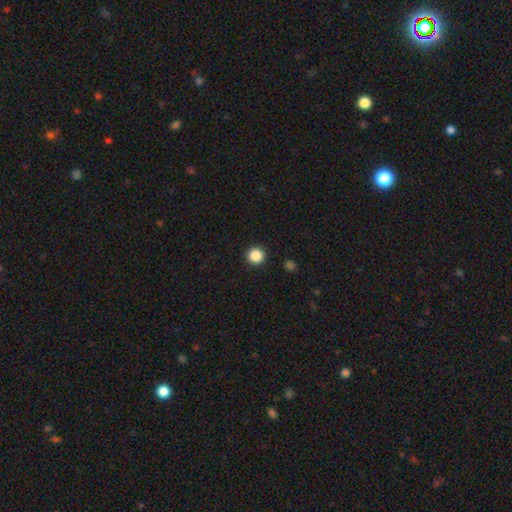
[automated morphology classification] A smooth galaxy with no disk features (87%) that is round (96%). Merging: none (93%).